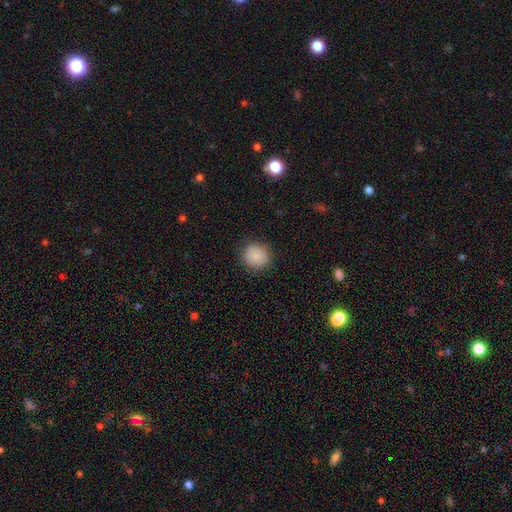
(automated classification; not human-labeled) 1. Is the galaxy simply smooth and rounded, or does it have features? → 87% smooth, 8% star or artifact, 4% featured or disk.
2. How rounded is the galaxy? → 89% round, 10% in between, 1% cigar-shaped.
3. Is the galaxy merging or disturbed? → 88% none, 8% minor disturbance, 3% major disturbance, 1% merger.